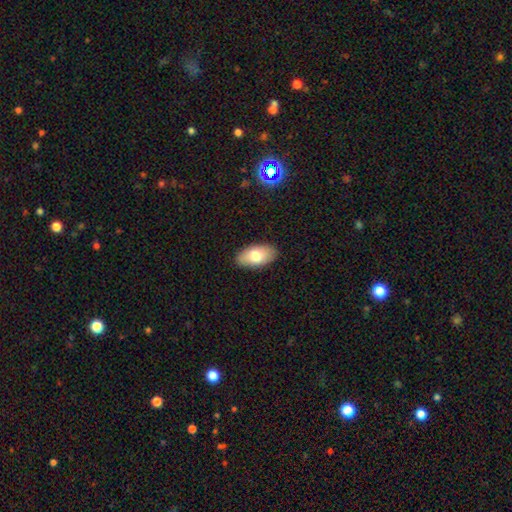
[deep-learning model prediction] Smooth or featured? Predicted: smooth (p=0.77). How rounded? Predicted: in between (p=0.94). Merging? Predicted: none (p=0.89).